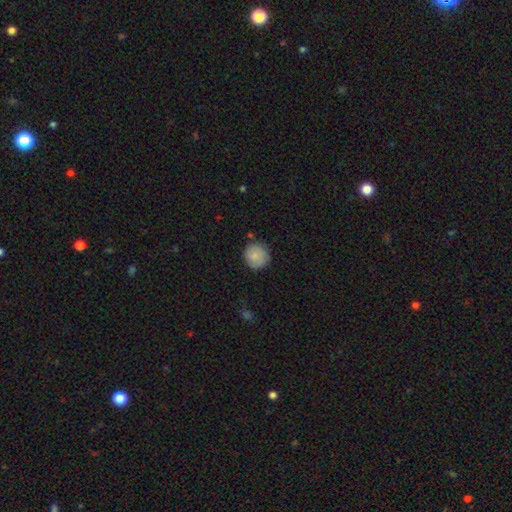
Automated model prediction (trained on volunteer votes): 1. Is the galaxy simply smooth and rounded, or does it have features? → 85% smooth, 9% featured or disk, 7% star or artifact.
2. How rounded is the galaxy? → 93% round, 6% in between, 1% cigar-shaped.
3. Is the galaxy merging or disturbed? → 83% none, 13% minor disturbance, 3% major disturbance, 2% merger.